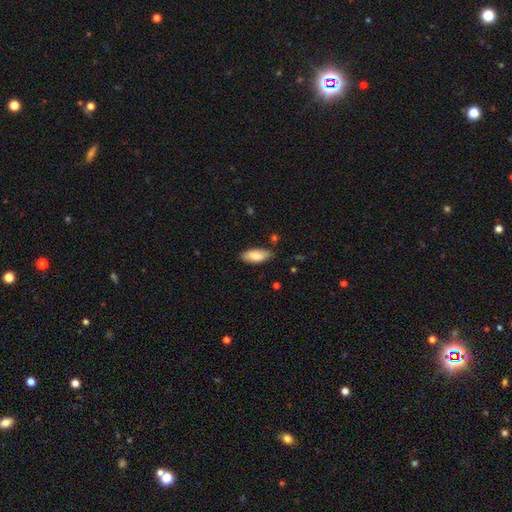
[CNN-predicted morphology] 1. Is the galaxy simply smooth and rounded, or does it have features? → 83% smooth, 11% featured or disk, 6% star or artifact.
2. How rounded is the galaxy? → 81% in between, 17% cigar-shaped, 2% round.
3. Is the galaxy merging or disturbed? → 78% none, 17% minor disturbance, 3% major disturbance, 2% merger.